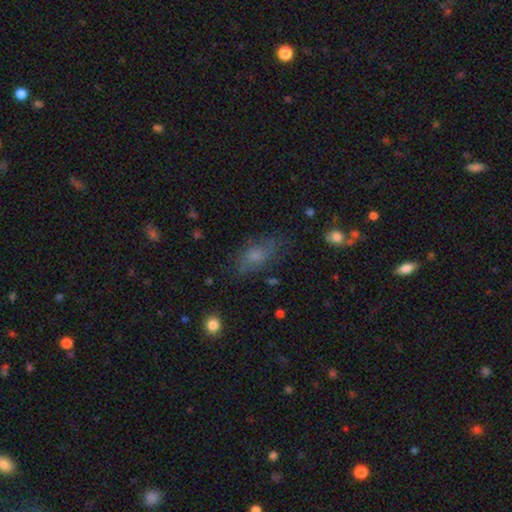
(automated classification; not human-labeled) Smooth or featured? smooth (55%)
How rounded? in between (82%)
Merging? none (63%)